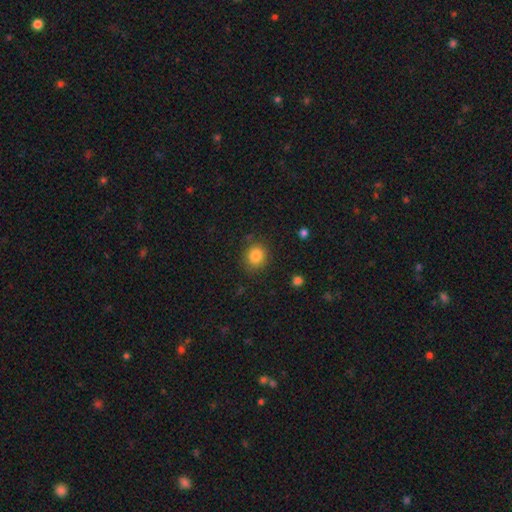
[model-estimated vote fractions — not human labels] A smooth galaxy with no disk features (84%) that is round (83%). Merging: none (85%).